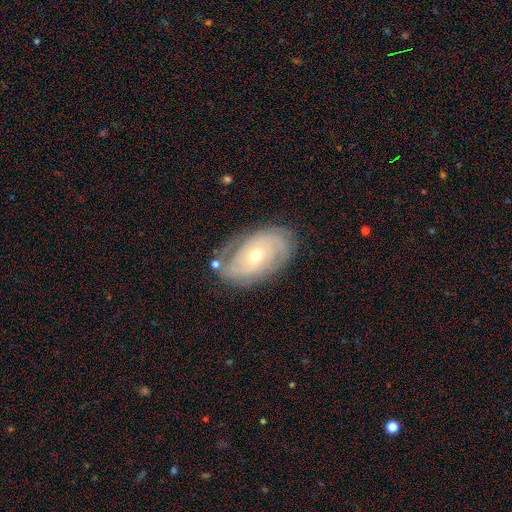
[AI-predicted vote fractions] smooth-or-featured: featured or disk: 78% | smooth: 16% | star or artifact: 6%
  disk-edge-on: no: 95% | yes: 5%
    bar: no: 64% | weak: 29% | strong: 7%
    has-spiral-arms: yes: 88% | no: 12%
      spiral-winding: tight: 69% | medium: 24% | loose: 7%
      spiral-arm-count: can't tell: 37% (tied) | 2: 37% (tied) | 3: 13% | 4: 6% | 1: 4% | more than 4: 4%
    bulge-size: small: 57% | moderate: 40% | large: 1% | none: 1% | dominant: 1%
  merging: none: 75% | minor disturbance: 17% | major disturbance: 5% | merger: 3%